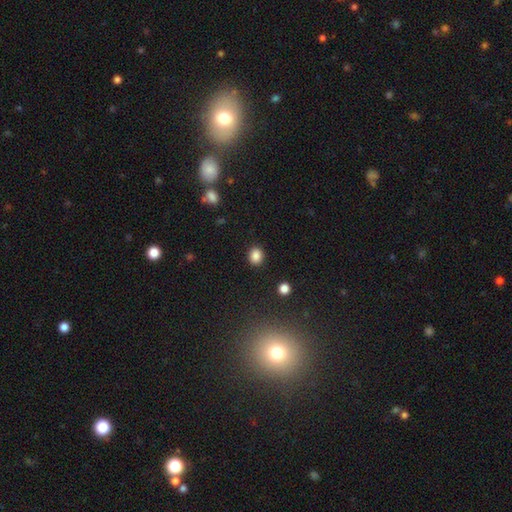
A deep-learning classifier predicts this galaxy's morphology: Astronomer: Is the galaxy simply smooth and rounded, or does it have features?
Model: smooth — 86%.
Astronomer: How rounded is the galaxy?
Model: round — 63%.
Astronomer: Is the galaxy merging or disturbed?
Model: none — 89%.